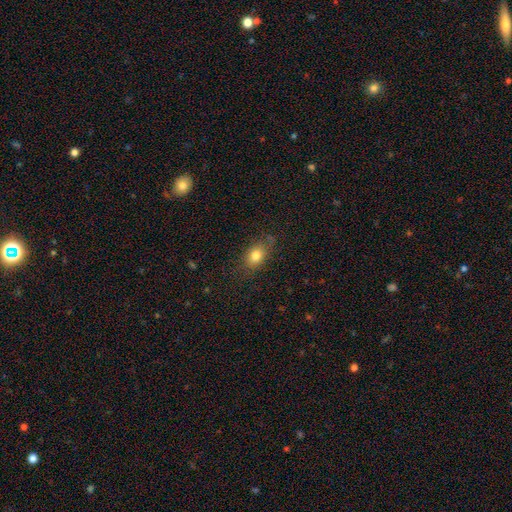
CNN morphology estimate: Smooth or featured? smooth (80%)
How rounded? in between (73%)
Merging? none (76%)